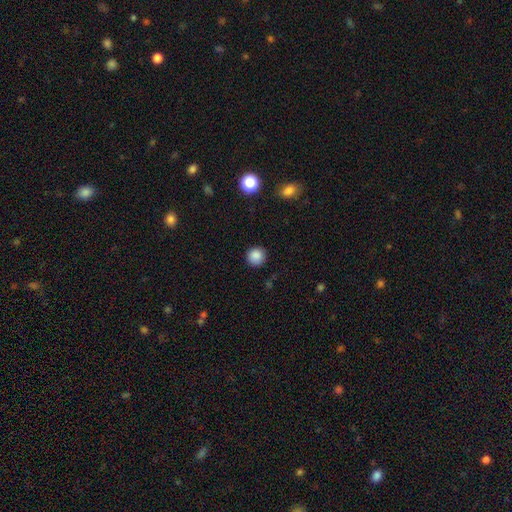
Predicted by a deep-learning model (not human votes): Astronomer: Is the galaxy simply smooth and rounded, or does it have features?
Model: smooth — 87%.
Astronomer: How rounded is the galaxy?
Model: round — 93%.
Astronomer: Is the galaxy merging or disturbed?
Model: none — 89%.